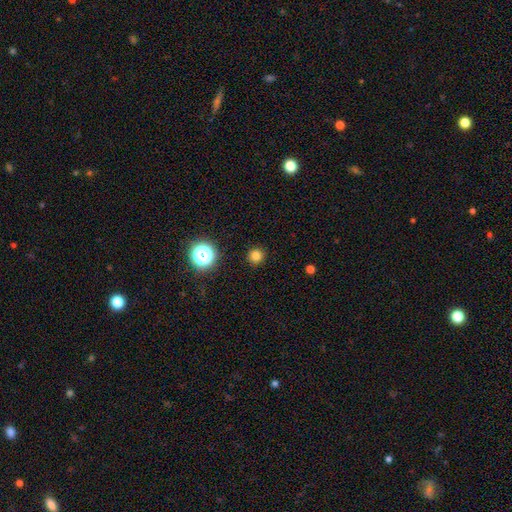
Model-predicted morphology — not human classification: Smooth or featured?
  - smooth: 80% *
  - star or artifact: 16%
  - featured or disk: 4%
How rounded?
  - round: 94% *
  - in between: 5%
  - cigar-shaped: 1%
Merging?
  - none: 91% *
  - minor disturbance: 5%
  - major disturbance: 2%
  - merger: 1%